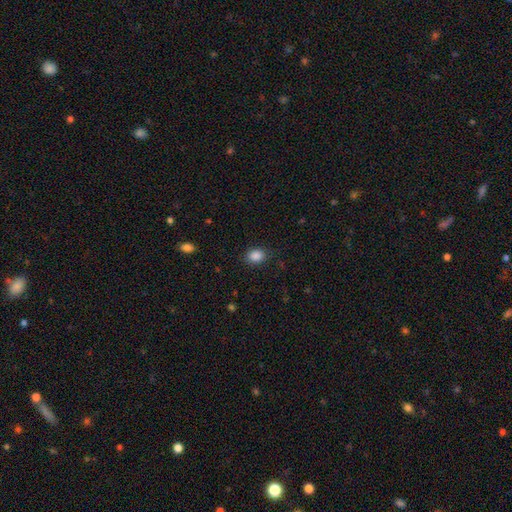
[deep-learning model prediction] A smooth galaxy with no disk features (88%) that is in between round and cigar-shaped (60%).

Vote fractions:
- Smooth or featured? smooth: 88% / star or artifact: 9% / featured or disk: 3%
- How rounded? in between: 60% / round: 39% / cigar-shaped: 1%
- Merging? none: 84% / minor disturbance: 11% / major disturbance: 3% / merger: 1%